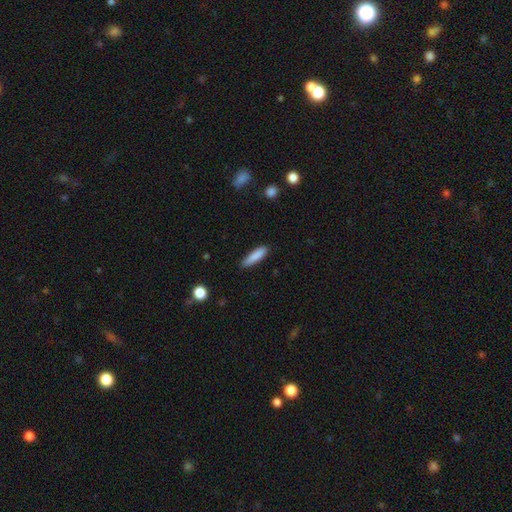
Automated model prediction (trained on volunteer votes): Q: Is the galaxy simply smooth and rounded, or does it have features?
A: smooth — 86%.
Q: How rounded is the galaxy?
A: cigar-shaped — 75%.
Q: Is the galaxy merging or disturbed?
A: none — 84%.